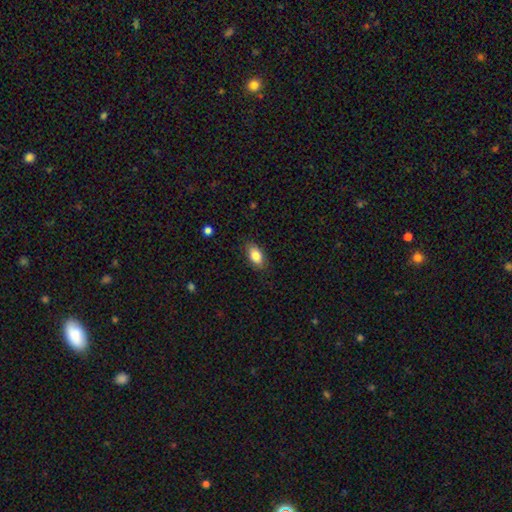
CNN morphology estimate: This appears to be a smooth galaxy with no disk features (82%) that is in between round and cigar-shaped (90%). Merging: none (84%).